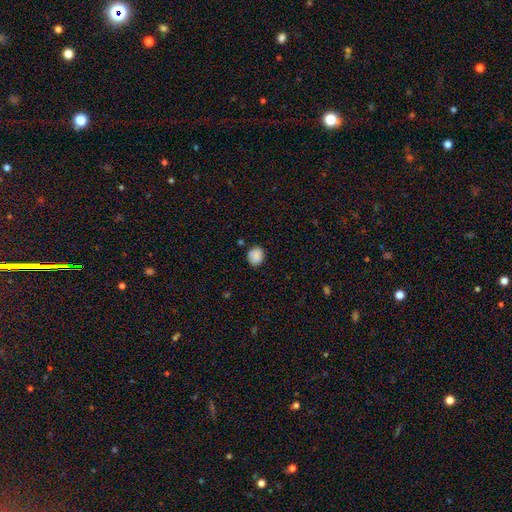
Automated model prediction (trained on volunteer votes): This is clearly a smooth galaxy (84%). How rounded: possibly round (59%). Merging: likely none (75%).